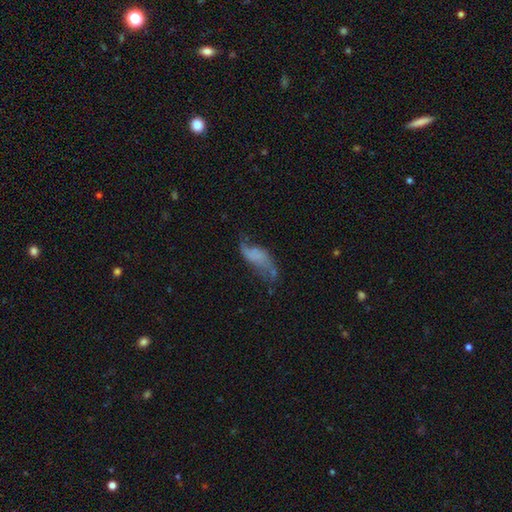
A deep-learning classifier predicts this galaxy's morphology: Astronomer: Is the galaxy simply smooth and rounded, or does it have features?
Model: featured or disk — 52% (runner-up: smooth, 36%).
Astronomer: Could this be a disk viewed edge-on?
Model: no — 91%.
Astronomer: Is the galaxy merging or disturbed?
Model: none — 36% (runner-up: major disturbance, 32%).